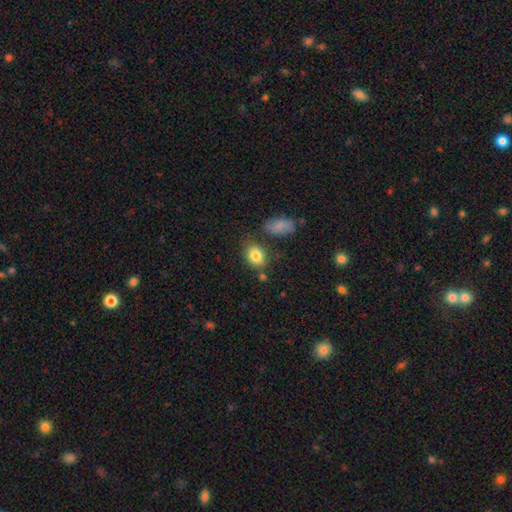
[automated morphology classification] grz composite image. It shows a smooth galaxy with no disk features (83%) that is in between round and cigar-shaped (68%). Merging: none (71%).